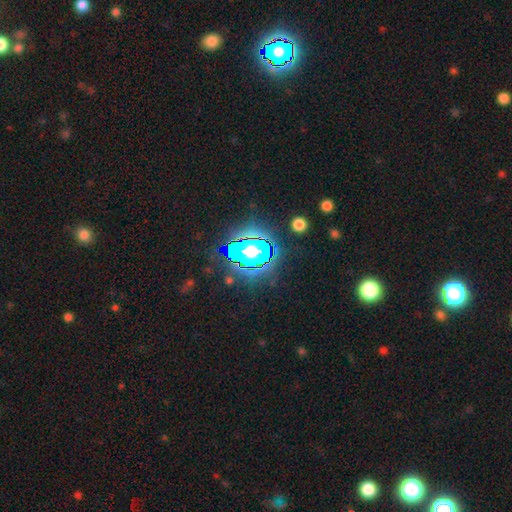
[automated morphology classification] star or artifact 82%, smooth 10%, featured or disk 7%.